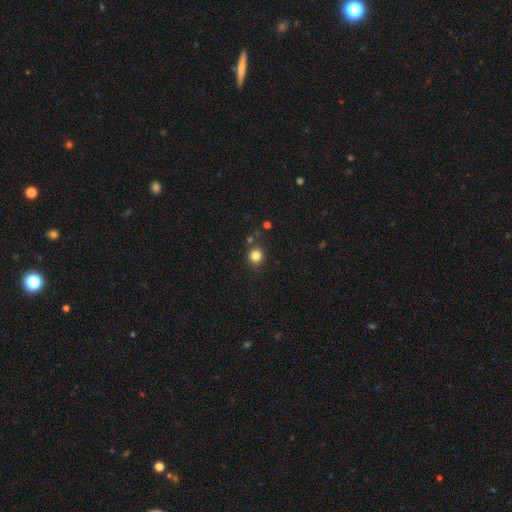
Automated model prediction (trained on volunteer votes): Overall: smooth (82%). How rounded: round (89%). Merging: none (84%).